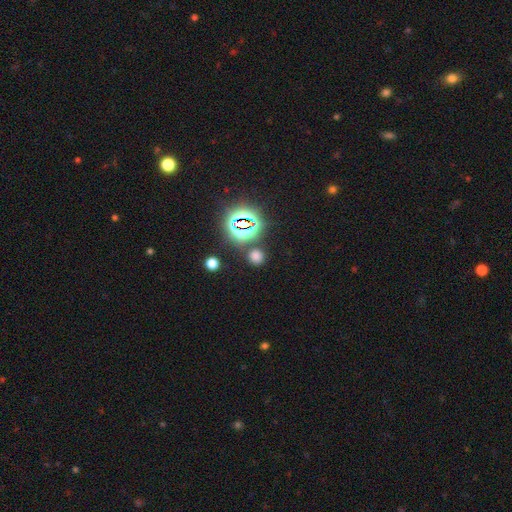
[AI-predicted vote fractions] Overall: smooth (61%; star or artifact 33%). How rounded: round (84%). Merging: none (81%).